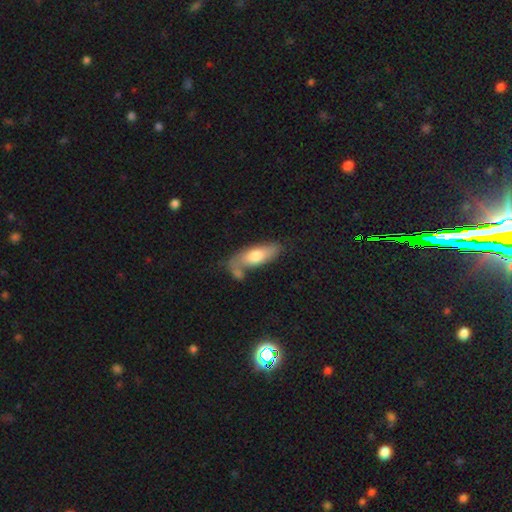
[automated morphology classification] Smooth or featured? smooth (68%)
How rounded? in between (74%)
Merging? none (47%)